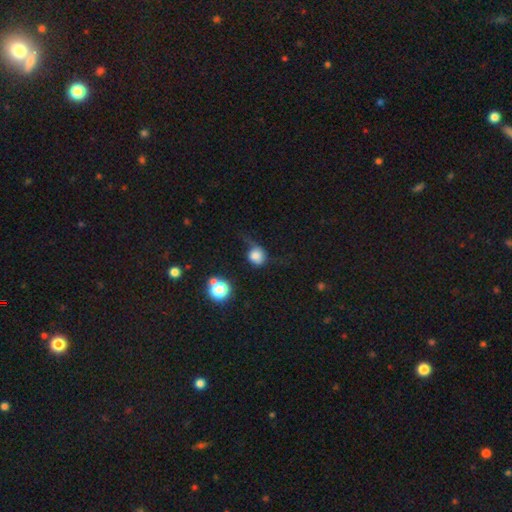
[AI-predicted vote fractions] The model was most divided on "merging": major disturbance: 33%, none: 31%, minor disturbance: 31%, merger: 5%. More confident: how rounded — round (78%); smooth or featured — smooth (77%).